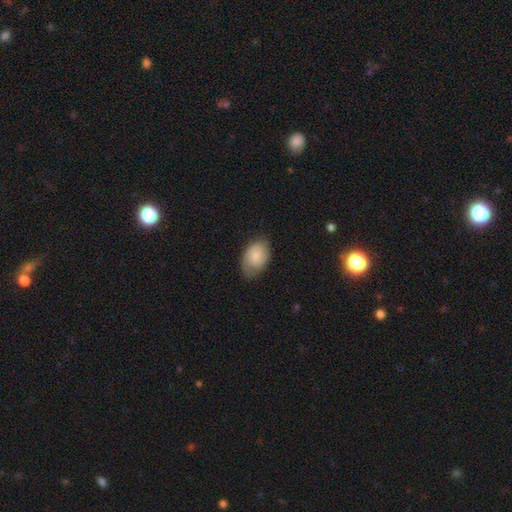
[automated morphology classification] smooth-or-featured: smooth: 70% | featured or disk: 24% | star or artifact: 7%
  how-rounded: in between: 87% | round: 11% | cigar-shaped: 1%
  merging: none: 68% | minor disturbance: 25% | major disturbance: 6% | merger: 1%